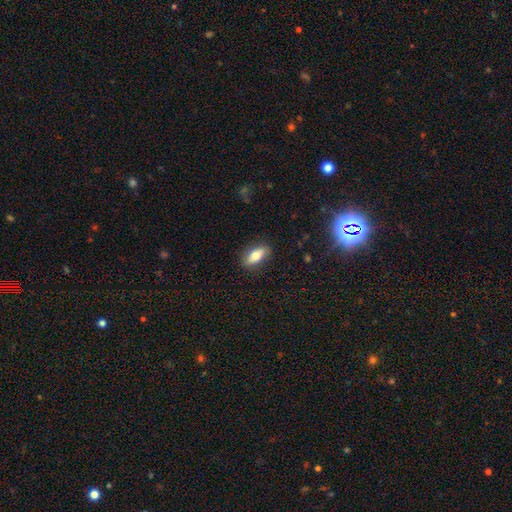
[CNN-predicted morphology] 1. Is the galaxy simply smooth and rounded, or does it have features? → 71% smooth, 22% featured or disk, 7% star or artifact.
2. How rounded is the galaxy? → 79% in between, 17% cigar-shaped, 4% round.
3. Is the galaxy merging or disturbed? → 86% none, 11% minor disturbance, 2% major disturbance, 1% merger.